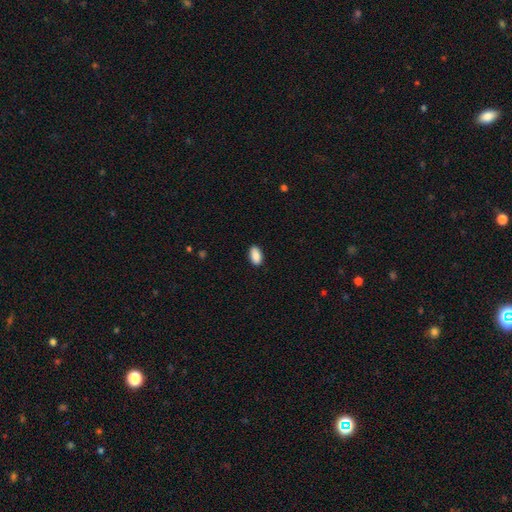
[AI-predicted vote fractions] Smooth or featured? smooth (90%)
How rounded? in between (93%)
Merging? none (87%)